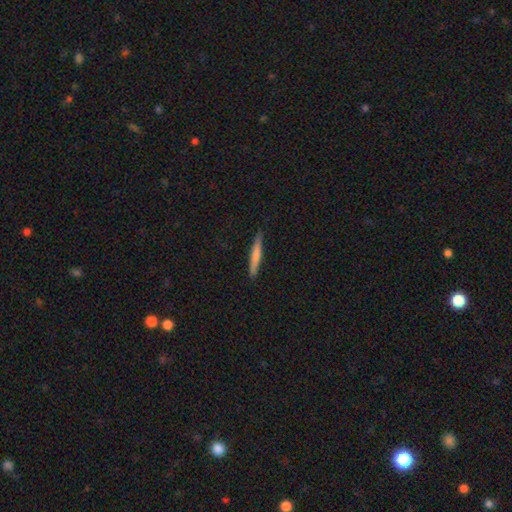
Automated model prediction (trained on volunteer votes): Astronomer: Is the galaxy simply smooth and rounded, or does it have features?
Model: smooth — 66%.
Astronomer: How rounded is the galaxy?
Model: cigar-shaped — 95%.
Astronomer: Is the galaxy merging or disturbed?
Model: none — 88%.